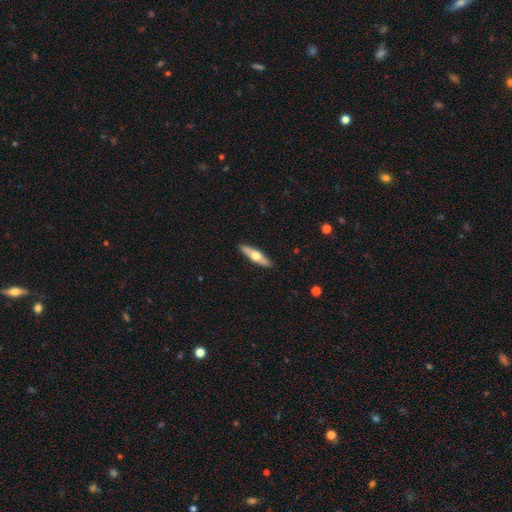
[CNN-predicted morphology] The model was most divided on "smooth or featured": featured or disk: 51%, smooth: 44%, star or artifact: 5%. More confident: merging — none (91%); edge-on disk — yes (89%).